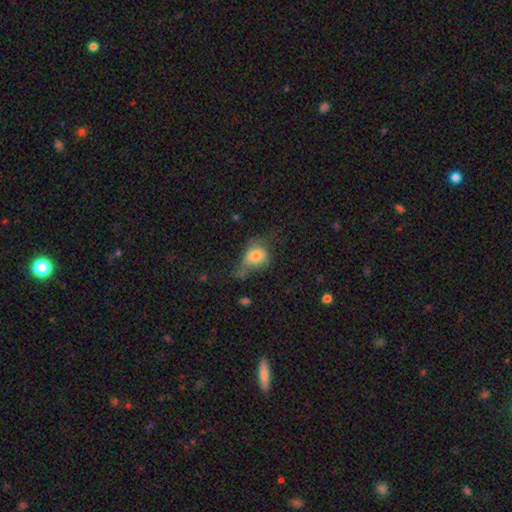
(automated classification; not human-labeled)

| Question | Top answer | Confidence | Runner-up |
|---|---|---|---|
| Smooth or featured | smooth | 71% | featured or disk (19%) |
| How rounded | in between | 60% | round (38%) |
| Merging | major disturbance | 38% | minor disturbance (29%) |